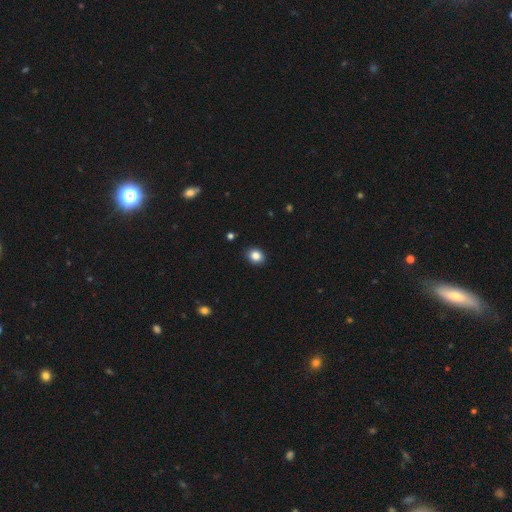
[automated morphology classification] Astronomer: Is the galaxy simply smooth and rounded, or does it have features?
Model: smooth — 85%.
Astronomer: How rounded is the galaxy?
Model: round — 61% (runner-up: in between, 38%).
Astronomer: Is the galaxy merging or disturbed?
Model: none — 91%.